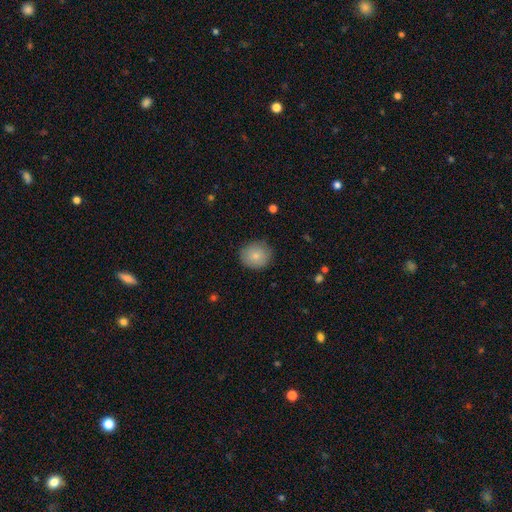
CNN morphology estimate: A smooth galaxy with no disk features (83%) that is round (80%). Merging: none (84%).